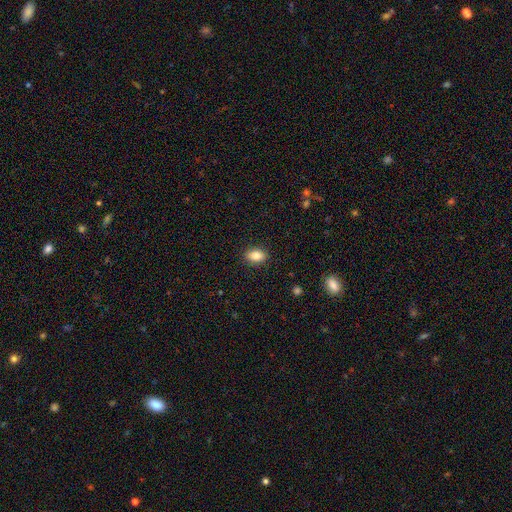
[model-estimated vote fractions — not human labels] smooth 80%, featured or disk 11%, star or artifact 8%. Down the decision tree: how rounded — in between (81%); merging — none (89%).